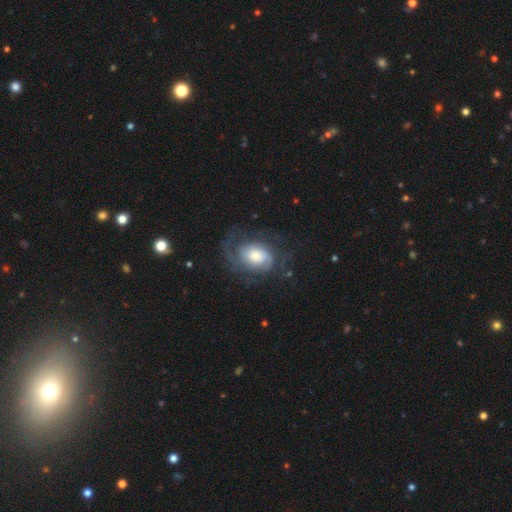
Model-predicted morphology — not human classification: type=featured or disk (74%); edge-on=no (97%); bar=no (71%); spiral arms=yes (91%); winding=tight (44%); arm count=2 (43%); bulge=moderate (50%); merging=none (61%).